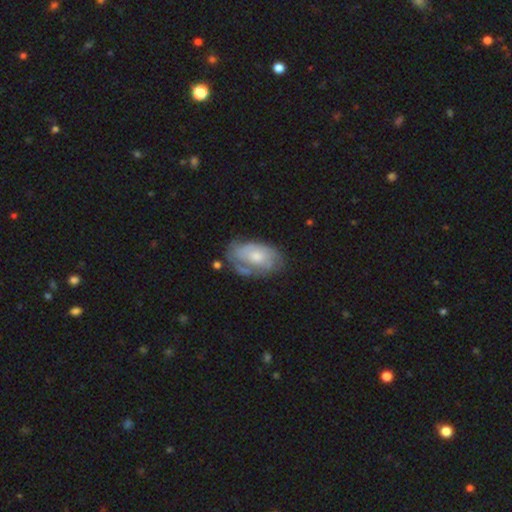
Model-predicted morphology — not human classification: Smooth or featured?
  - featured or disk: 66% *
  - smooth: 28%
  - star or artifact: 6%
Edge-on disk?
  - no: 96% *
  - yes: 4%
Bar?
  - no: 76% *
  - weak: 21%
  - strong: 3%
Spiral arms?
  - yes: 79% *
  - no: 21%
Spiral winding?
  - tight: 55% *
  - medium: 32%
  - loose: 13%
Spiral arm count?
  - can't tell: 47% *
  - 2: 26%
  - 3: 13%
  - 1: 6%
  - 4: 5%
  - more than 4: 3%
Bulge size?
  - moderate: 54% *
  - small: 32%
  - large: 8%
  - none: 4%
  - dominant: 1%
Merging?
  - none: 60% *
  - minor disturbance: 25%
  - major disturbance: 11%
  - merger: 4%